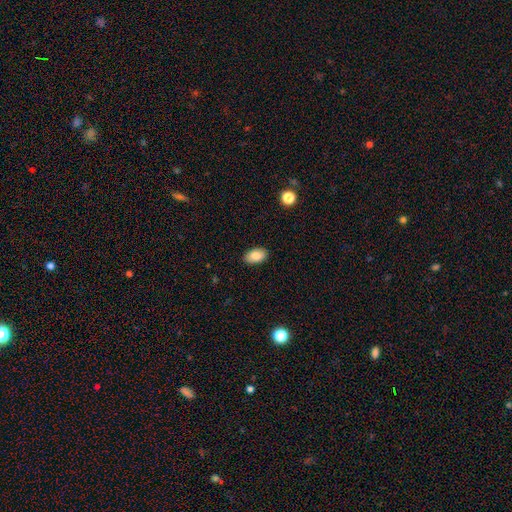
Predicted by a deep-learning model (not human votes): Smooth or featured: smooth — 83% (featured or disk — 9%)
How rounded: in between — 93% (round — 6%)
Merging: none — 89% (minor disturbance — 8%)